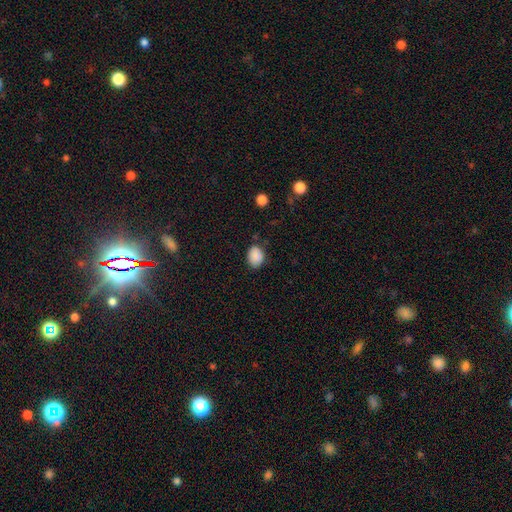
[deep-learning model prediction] Morphology: type=smooth (88%); roundness=in between (64%); merging=none (77%).